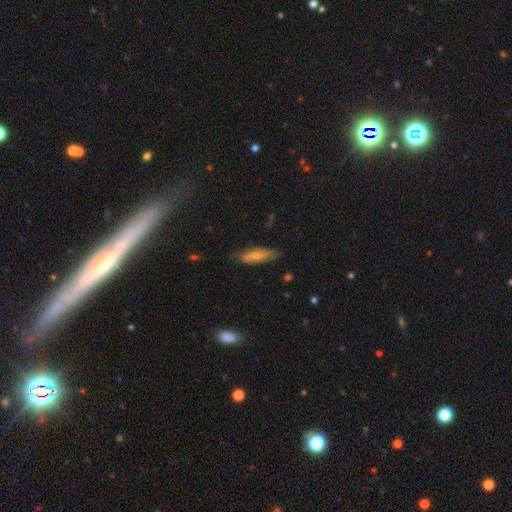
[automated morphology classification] This is likely a smooth galaxy (64%). How rounded: possibly in between (55%). Merging: likely none (72%).